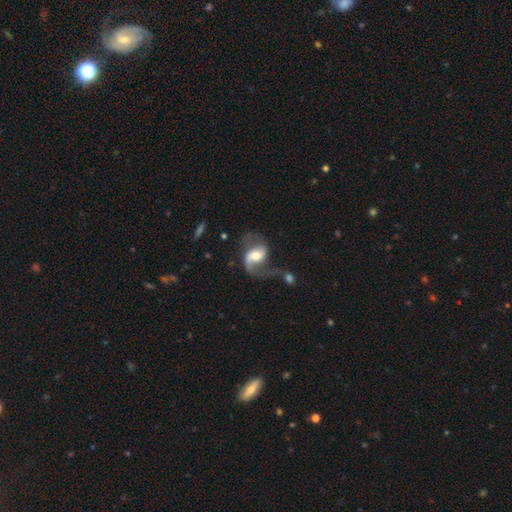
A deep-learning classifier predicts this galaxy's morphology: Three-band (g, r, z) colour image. It shows a featured or disk galaxy (82%) with a weak bar (42%), 2 (83%) loose (63%) spiral arms (93%) and a moderate central bulge (67%). Merging: none (48%).